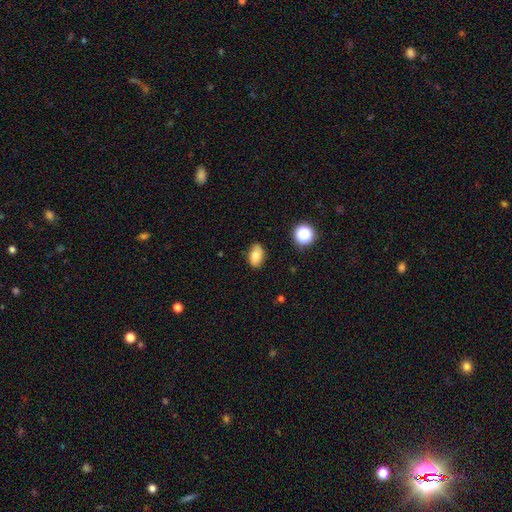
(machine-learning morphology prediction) smooth-or-featured: smooth: 76% | featured or disk: 14% | star or artifact: 11%
  how-rounded: in between: 87% | round: 11% | cigar-shaped: 2%
  merging: none: 78% | minor disturbance: 17% | major disturbance: 3% | merger: 1%